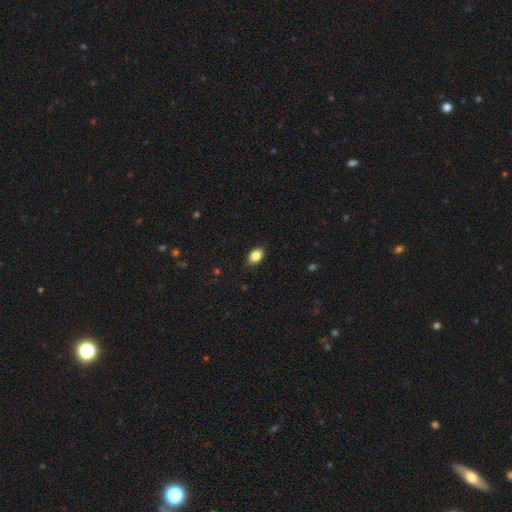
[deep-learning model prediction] A smooth galaxy with no disk features (84%) that is in between round and cigar-shaped (85%).

Vote fractions:
- Smooth or featured? smooth: 84% / star or artifact: 8% / featured or disk: 8%
- How rounded? in between: 85% / round: 13% / cigar-shaped: 2%
- Merging? none: 86% / minor disturbance: 11% / major disturbance: 2% / merger: 1%